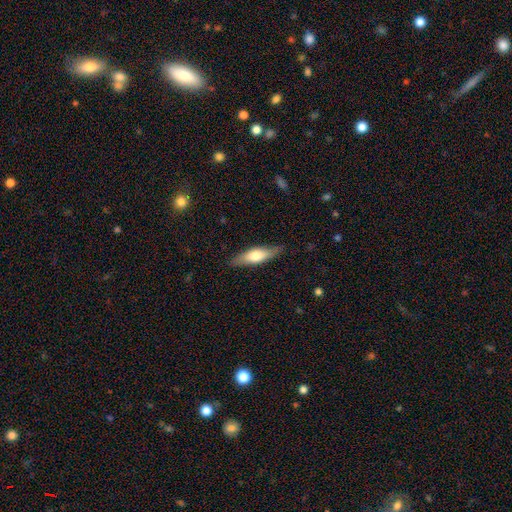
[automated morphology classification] Overall: smooth (55%; featured or disk 39%). How rounded: cigar-shaped (57%; in between 41%). Merging: none (85%).